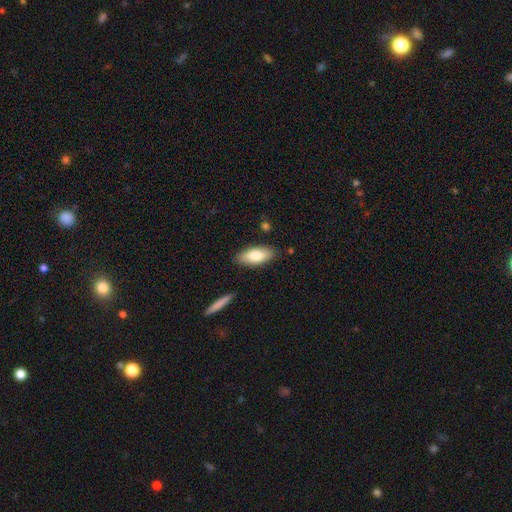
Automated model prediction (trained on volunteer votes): smooth 78%, featured or disk 16%, star or artifact 6%. Down the decision tree: how rounded — in between (82%); merging — none (85%).